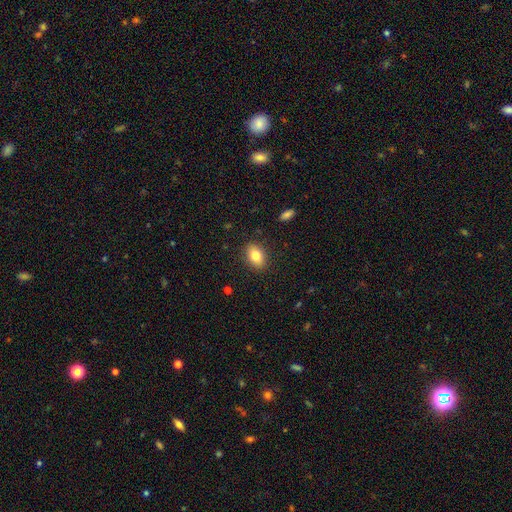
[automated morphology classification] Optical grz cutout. It shows a smooth galaxy with no disk features (81%) that is in between round and cigar-shaped (84%). Merging: none (87%).